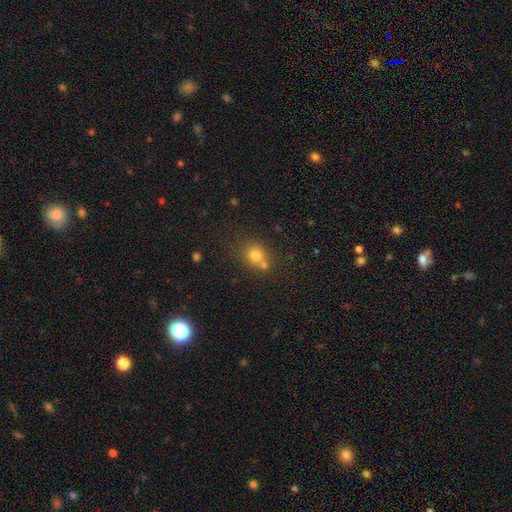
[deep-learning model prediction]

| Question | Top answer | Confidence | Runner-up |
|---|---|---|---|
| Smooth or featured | smooth | 74% | star or artifact (16%) |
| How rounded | round | 80% | in between (19%) |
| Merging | none | 56% | merger (30%) |